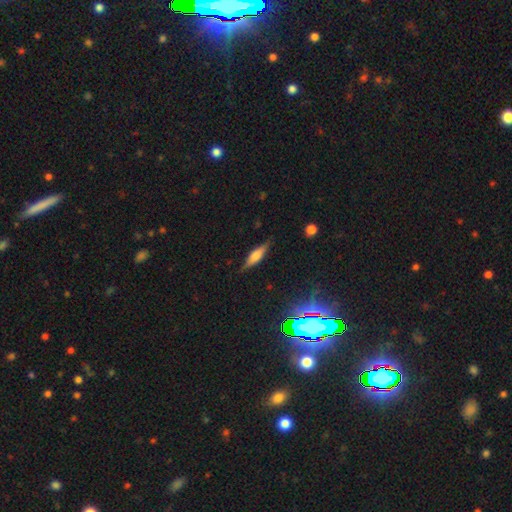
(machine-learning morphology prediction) This is possibly a featured or disk galaxy (47%). Merging: clearly none (82%).